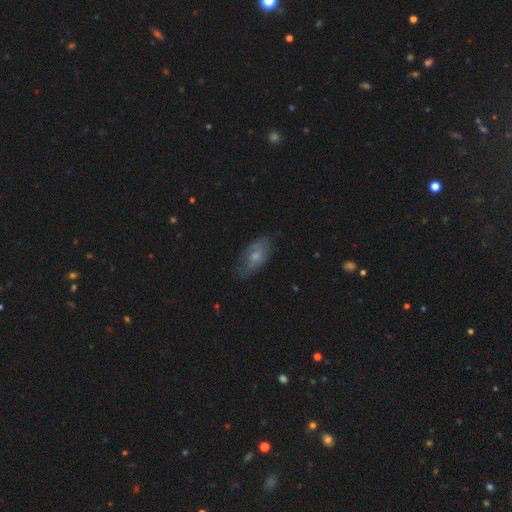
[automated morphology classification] Overall: smooth (51%; featured or disk 41%). How rounded: in between (89%). Merging: none (60%; minor disturbance 29%).